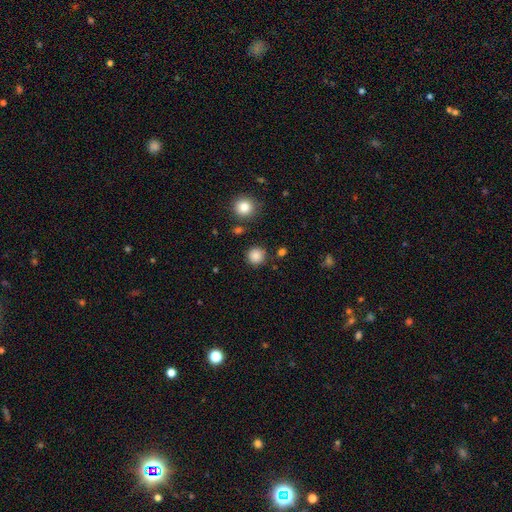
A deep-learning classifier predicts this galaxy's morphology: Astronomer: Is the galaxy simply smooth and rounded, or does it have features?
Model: smooth — 86%.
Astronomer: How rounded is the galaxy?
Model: round — 94%.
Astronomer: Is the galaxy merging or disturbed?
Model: none — 88%.